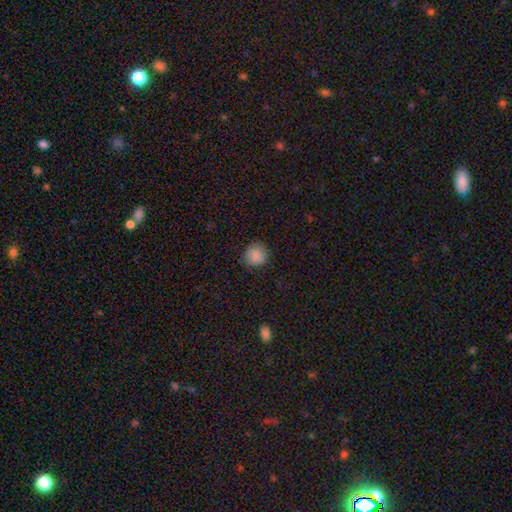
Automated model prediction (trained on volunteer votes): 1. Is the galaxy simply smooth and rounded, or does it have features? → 87% smooth, 9% star or artifact, 4% featured or disk.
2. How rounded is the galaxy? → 88% round, 11% in between, 1% cigar-shaped.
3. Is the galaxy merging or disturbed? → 82% none, 14% minor disturbance, 3% major disturbance, 1% merger.